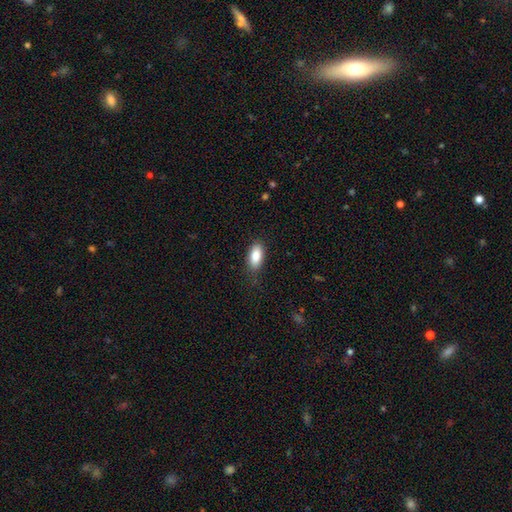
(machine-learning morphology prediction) smooth-or-featured: smooth: 87% | star or artifact: 7% | featured or disk: 6%
  how-rounded: in between: 90% | cigar-shaped: 7% | round: 3%
  merging: none: 81% | minor disturbance: 15% | major disturbance: 3% | merger: 1%